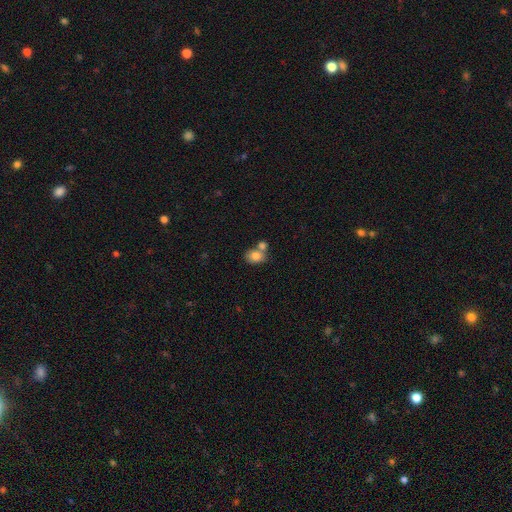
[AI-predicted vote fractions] A smooth galaxy with no disk features (82%) that is in between round and cigar-shaped (55%). Merging: none (44%).